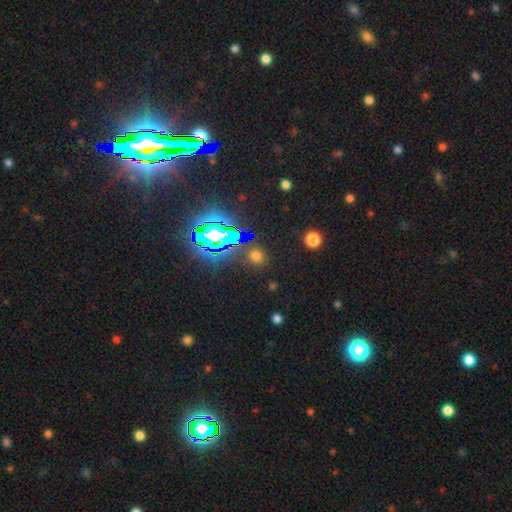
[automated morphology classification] This appears to be a smooth galaxy with no disk features (50%) that is round (76%). Merging: none (85%).